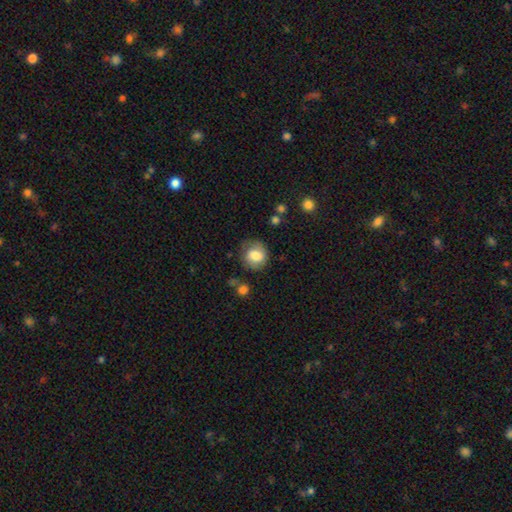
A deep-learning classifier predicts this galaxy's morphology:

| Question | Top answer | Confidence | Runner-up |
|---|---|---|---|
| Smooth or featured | smooth | 73% | featured or disk (19%) |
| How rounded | round | 77% | in between (22%) |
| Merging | none | 73% | minor disturbance (18%) |